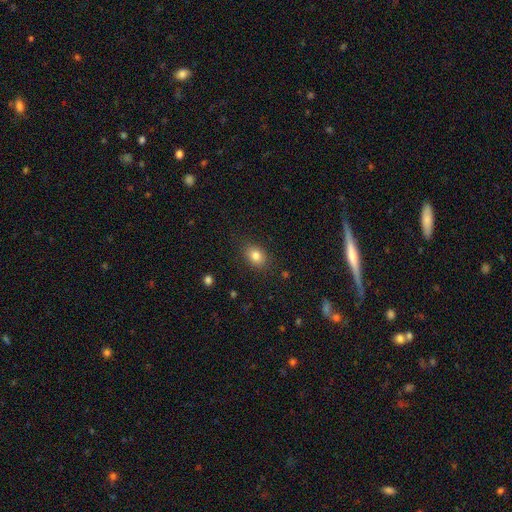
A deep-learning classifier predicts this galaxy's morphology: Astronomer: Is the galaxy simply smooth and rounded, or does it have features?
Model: smooth — 82%.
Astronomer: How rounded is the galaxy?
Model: in between — 69%.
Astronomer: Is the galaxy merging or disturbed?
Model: none — 84%.